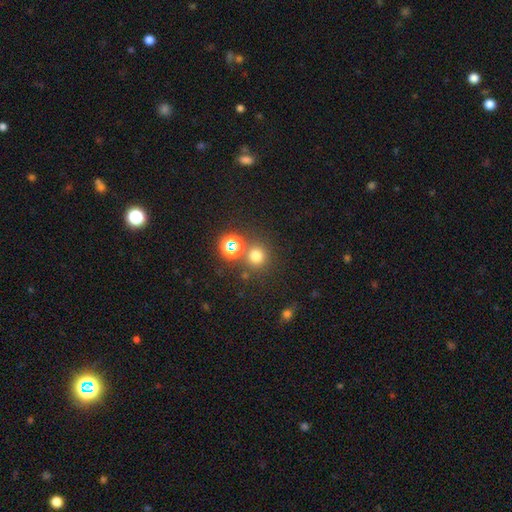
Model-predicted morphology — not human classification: Smooth or featured: smooth — 70% (star or artifact — 24%)
How rounded: round — 91% (in between — 8%)
Merging: none — 77% (merger — 13%)